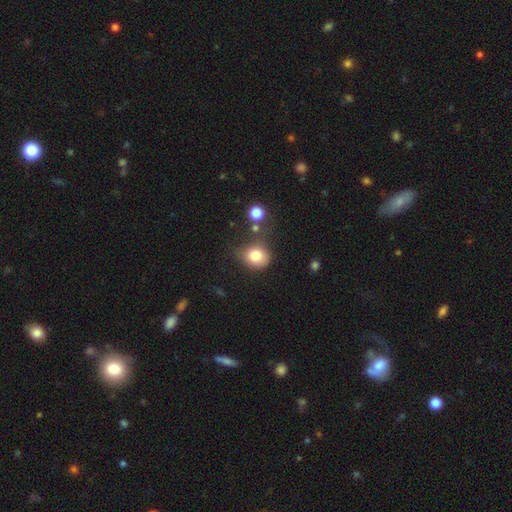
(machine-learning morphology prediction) This appears to be a smooth galaxy with no disk features (79%) that is round (67%). Merging: none (51%).